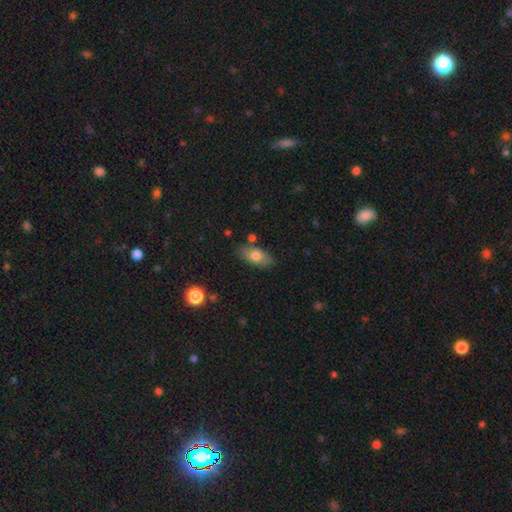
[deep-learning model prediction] The model was most divided on "smooth or featured": smooth: 73%, featured or disk: 20%, star or artifact: 7%. More confident: how rounded — in between (87%); merging — none (79%).